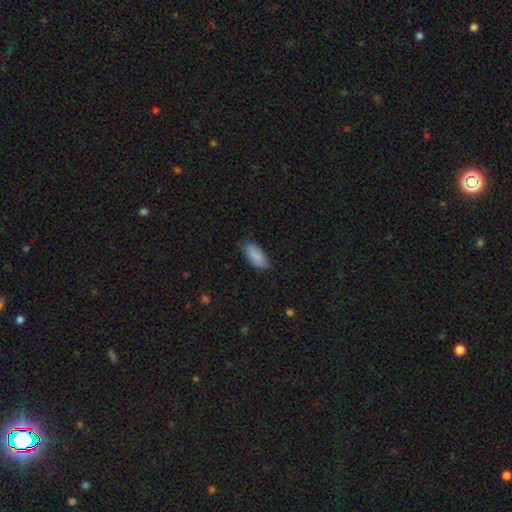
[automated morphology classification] Smooth or featured?
  - smooth: 89% *
  - star or artifact: 6%
  - featured or disk: 5%
How rounded?
  - in between: 88% *
  - cigar-shaped: 10%
  - round: 2%
Merging?
  - none: 78% *
  - minor disturbance: 18%
  - major disturbance: 3%
  - merger: 1%